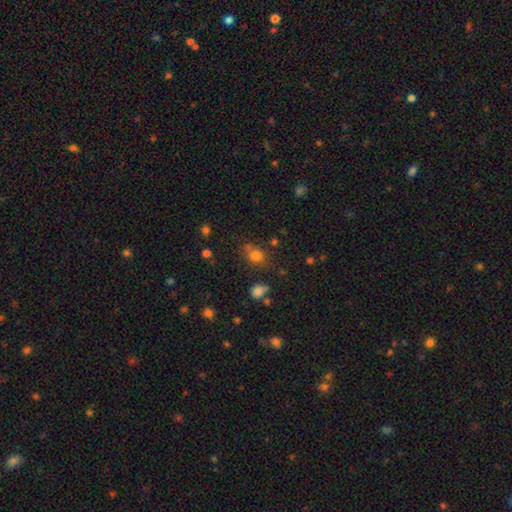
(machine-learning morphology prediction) smooth 76%, star or artifact 16%, featured or disk 8%. Down the decision tree: how rounded — round (51%); merging — none (62%).